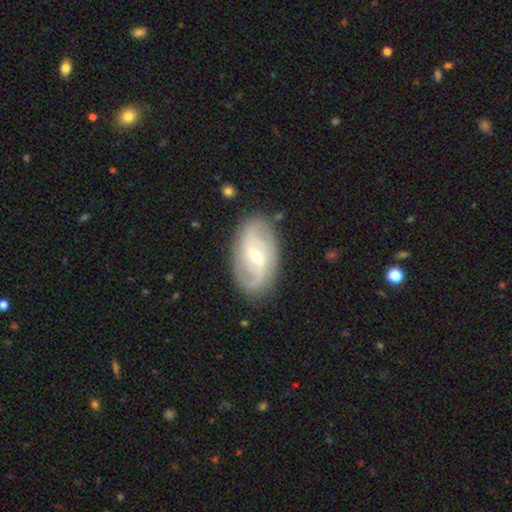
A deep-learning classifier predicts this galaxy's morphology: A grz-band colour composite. It shows a featured or disk galaxy (83%) with a weak bar (57%), 2 (69%) medium (46%) spiral arms (94%) and a small central bulge (52%). Merging: none (81%).